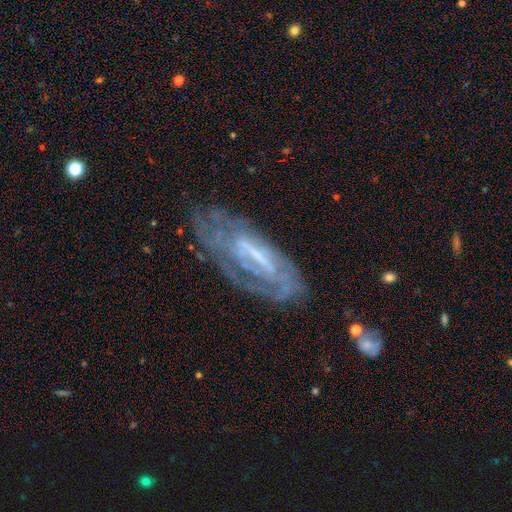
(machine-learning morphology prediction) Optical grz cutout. It shows a featured or disk galaxy (74%) with a weak bar (38%), spiral arms (74%) and a small central bulge (43%). Merging: none (60%).